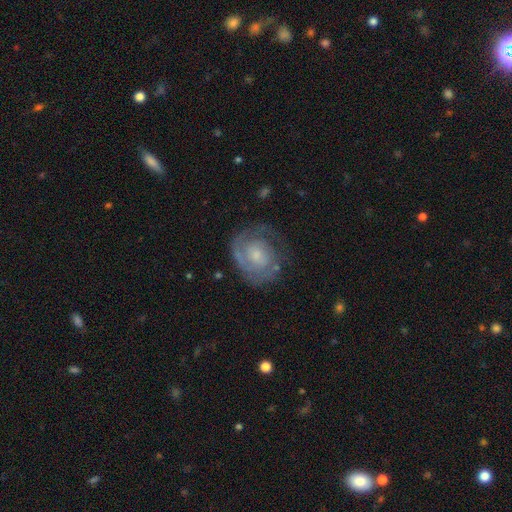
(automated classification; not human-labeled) Smooth or featured? featured or disk (76%)
Edge-on disk? no (98%)
Bar? no (71%)
Spiral arms? yes (89%)
Spiral winding? tight (63%)
Spiral arm count? 2 (38%)
Bulge size? small (57%)
Merging? none (68%)